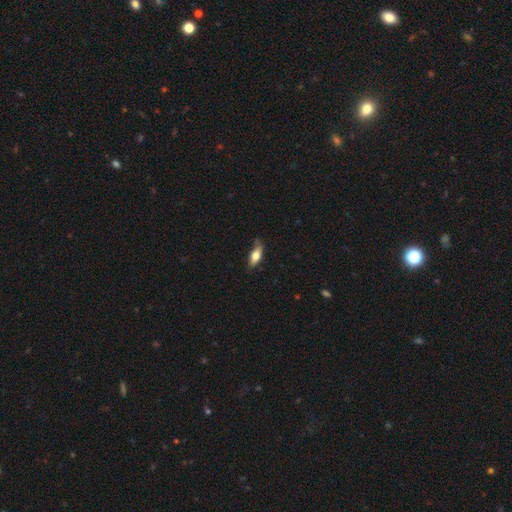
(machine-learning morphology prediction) A smooth galaxy with no disk features (66%) that is in between round and cigar-shaped (67%).

Vote fractions:
- Smooth or featured? smooth: 66% / featured or disk: 28% / star or artifact: 6%
- How rounded? in between: 67% / cigar-shaped: 30% / round: 3%
- Merging? none: 69% / minor disturbance: 24% / major disturbance: 5% / merger: 2%